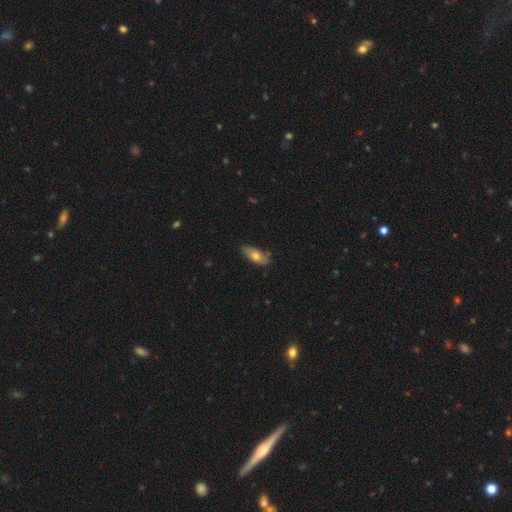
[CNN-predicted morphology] Q: Smooth or featured?
A: smooth (71%); runner-up: featured or disk (23%)
Q: How rounded?
A: in between (83%); runner-up: cigar-shaped (15%)
Q: Merging?
A: none (77%); runner-up: minor disturbance (18%)